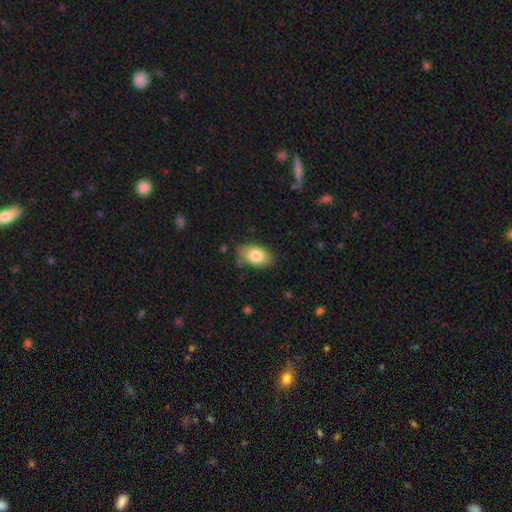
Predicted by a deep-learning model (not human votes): smooth-or-featured: smooth: 81% | featured or disk: 13% | star or artifact: 7%
  how-rounded: in between: 91% | round: 8% | cigar-shaped: 1%
  merging: none: 75% | minor disturbance: 19% | major disturbance: 4% | merger: 2%